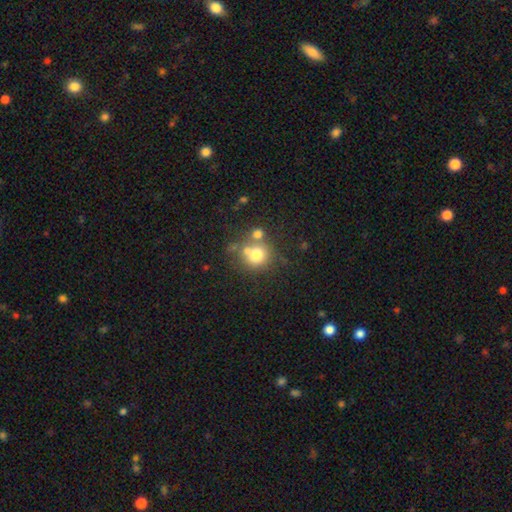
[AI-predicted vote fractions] Morphology: type=smooth (71%); roundness=round (87%); merging=none (53%).